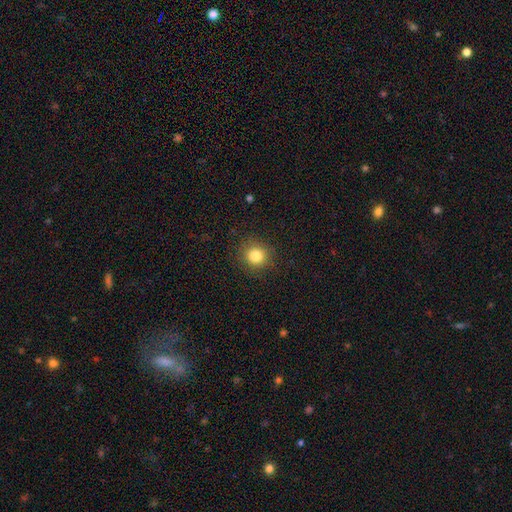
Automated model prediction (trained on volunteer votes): This appears to be a smooth galaxy with no disk features (82%) that is round (90%). Merging: none (88%).